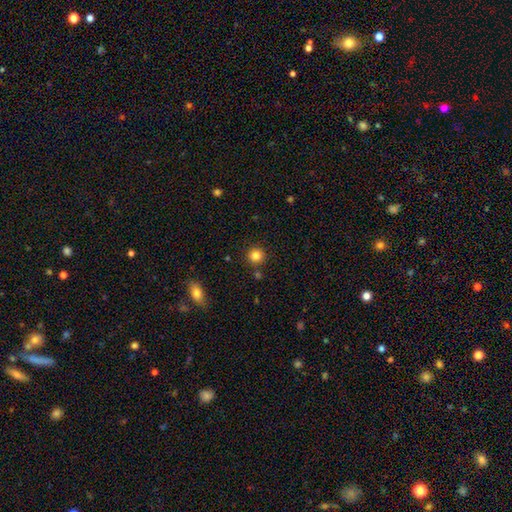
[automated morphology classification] Smooth or featured? Predicted: smooth (p=0.84). How rounded? Predicted: round (p=0.94). Merging? Predicted: none (p=0.87).